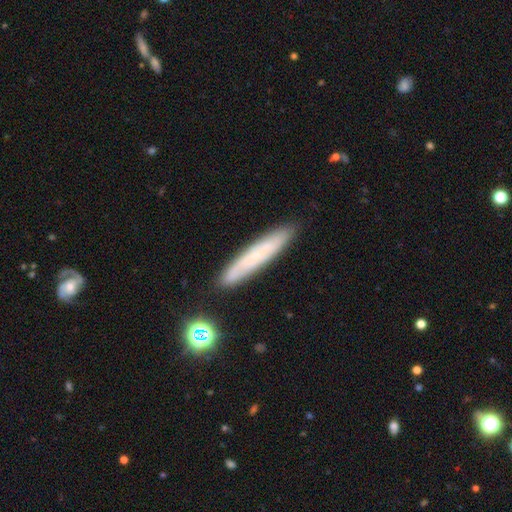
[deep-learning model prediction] Smooth or featured?
  - smooth: 50% *
  - featured or disk: 42%
  - star or artifact: 9%
Merging?
  - none: 85% *
  - minor disturbance: 10%
  - merger: 3%
  - major disturbance: 2%